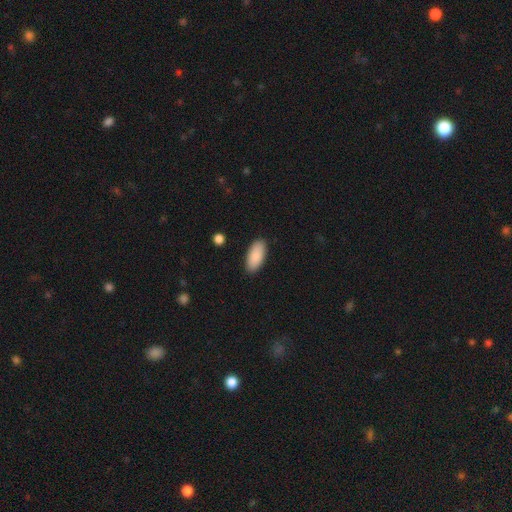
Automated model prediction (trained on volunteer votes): smooth 89%, star or artifact 6%, featured or disk 5%. Down the decision tree: how rounded — in between (90%); merging — none (89%).